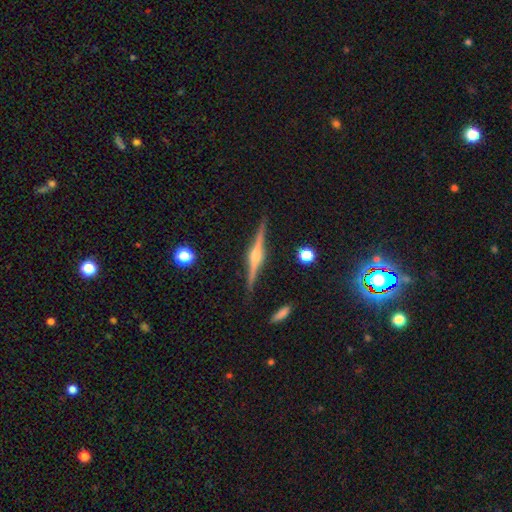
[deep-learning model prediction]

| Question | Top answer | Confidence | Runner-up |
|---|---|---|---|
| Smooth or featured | featured or disk | 86% | smooth (9%) |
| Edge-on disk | yes | 98% | no (2%) |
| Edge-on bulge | rounded | 87% | boxy (10%) |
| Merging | none | 90% | minor disturbance (7%) |